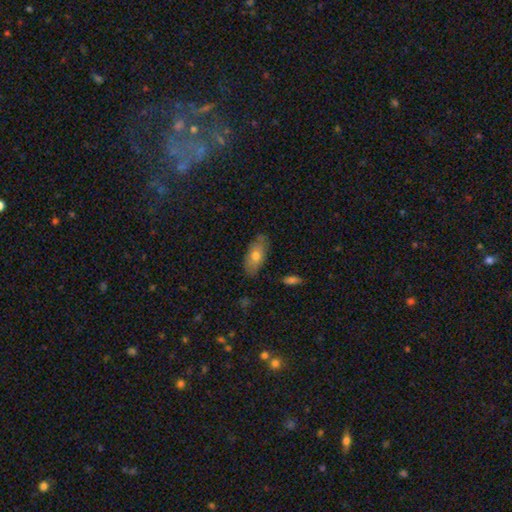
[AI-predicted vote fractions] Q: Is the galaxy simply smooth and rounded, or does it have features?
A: smooth — 70%.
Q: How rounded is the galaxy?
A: in between — 89%.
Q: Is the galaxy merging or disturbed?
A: none — 78%.